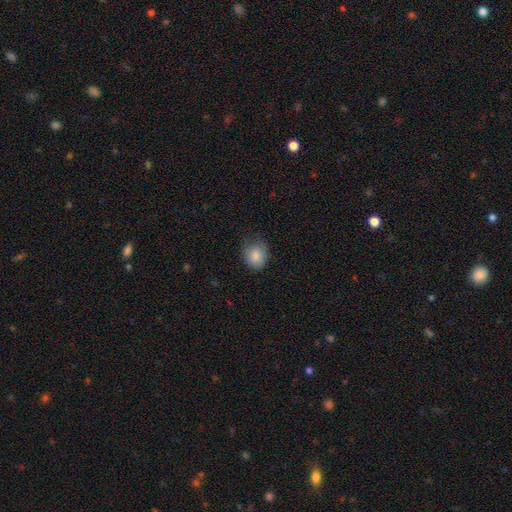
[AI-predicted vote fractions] Smooth or featured?
  - smooth: 85% *
  - star or artifact: 9%
  - featured or disk: 6%
How rounded?
  - round: 68% *
  - in between: 31%
  - cigar-shaped: 1%
Merging?
  - none: 65% *
  - minor disturbance: 27%
  - major disturbance: 7%
  - merger: 1%